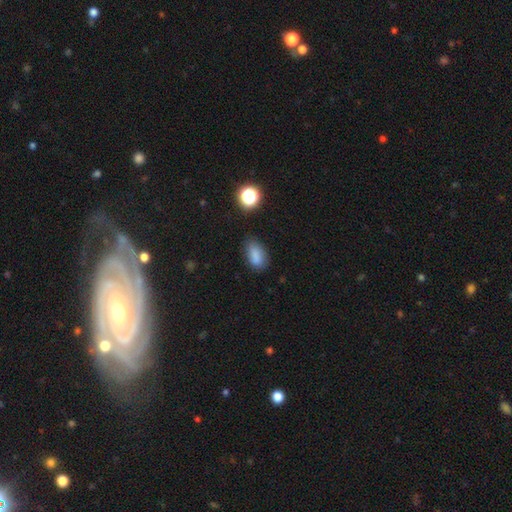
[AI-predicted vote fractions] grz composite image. It shows a smooth galaxy with no disk features (83%) that is in between round and cigar-shaped (87%). Merging: none (71%).